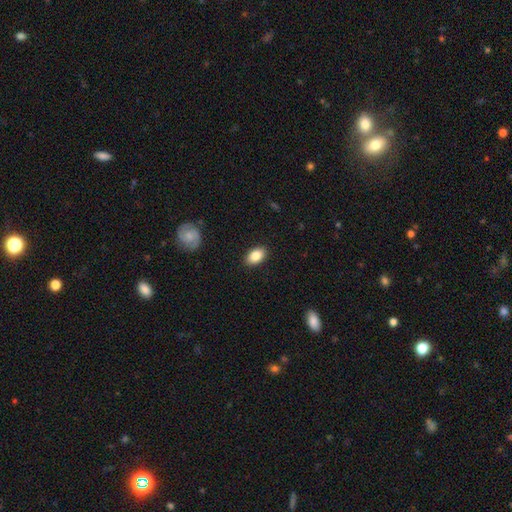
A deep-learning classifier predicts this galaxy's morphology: Smooth or featured: smooth — 85% (featured or disk — 8%)
How rounded: in between — 90% (round — 8%)
Merging: none — 88% (minor disturbance — 9%)